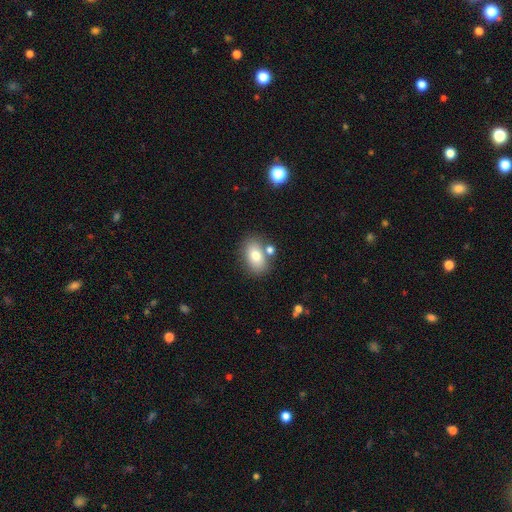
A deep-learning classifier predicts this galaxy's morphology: A smooth galaxy with no disk features (78%) that is in between round and cigar-shaped (85%). Merging: none (70%).